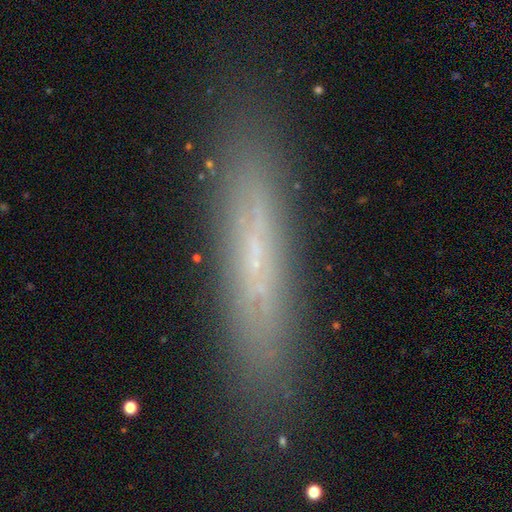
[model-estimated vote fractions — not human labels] Q: Smooth or featured?
A: smooth (48%); runner-up: featured or disk (42%)
Q: Merging?
A: none (87%); runner-up: minor disturbance (9%)